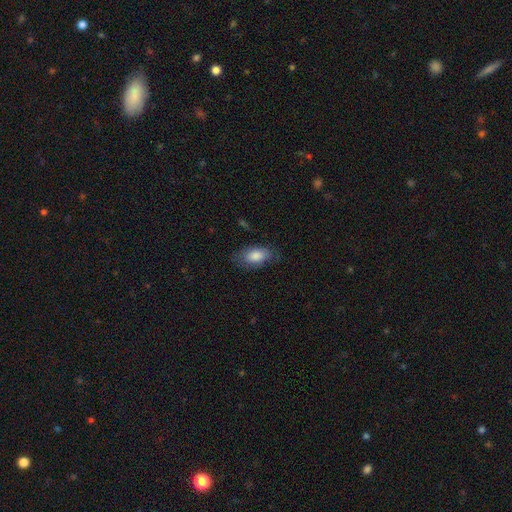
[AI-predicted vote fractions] Overall: smooth (83%). How rounded: in between (92%). Merging: none (72%).